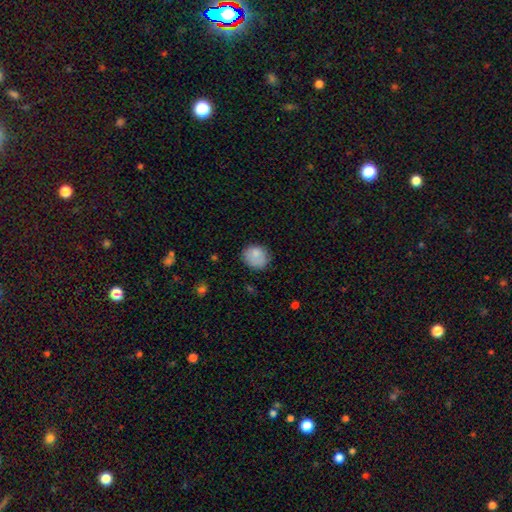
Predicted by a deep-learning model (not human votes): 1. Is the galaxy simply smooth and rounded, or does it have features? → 82% smooth, 10% featured or disk, 8% star or artifact.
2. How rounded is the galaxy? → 70% round, 29% in between, 1% cigar-shaped.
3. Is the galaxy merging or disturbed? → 73% none, 20% minor disturbance, 5% major disturbance, 2% merger.